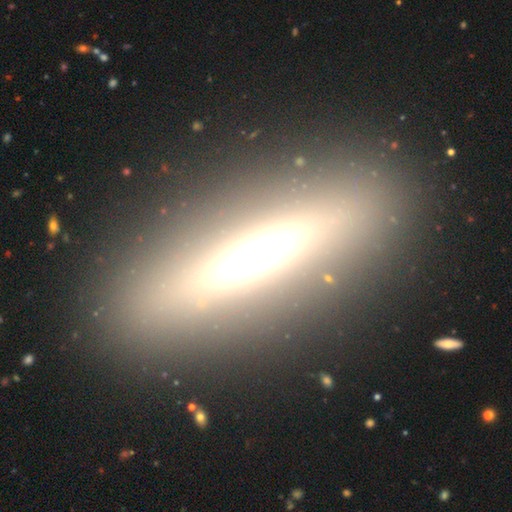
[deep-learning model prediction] Smooth or featured? featured or disk (62%)
Edge-on disk? yes (88%)
Edge-on bulge? rounded (66%)
Merging? none (85%)